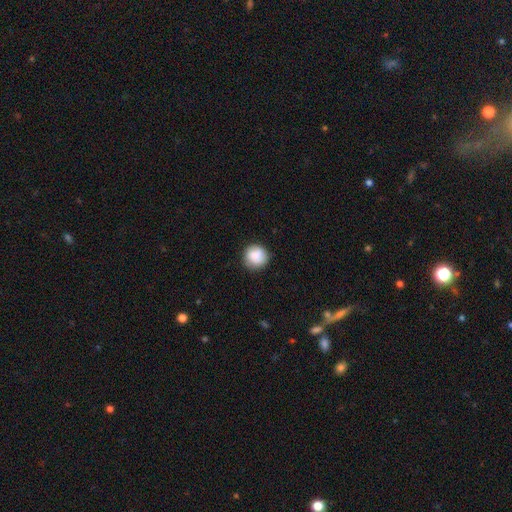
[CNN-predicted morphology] Smooth or featured?
  - smooth: 88% *
  - star or artifact: 7%
  - featured or disk: 5%
How rounded?
  - round: 93% *
  - in between: 6%
  - cigar-shaped: 1%
Merging?
  - none: 85% *
  - minor disturbance: 11%
  - major disturbance: 3%
  - merger: 1%